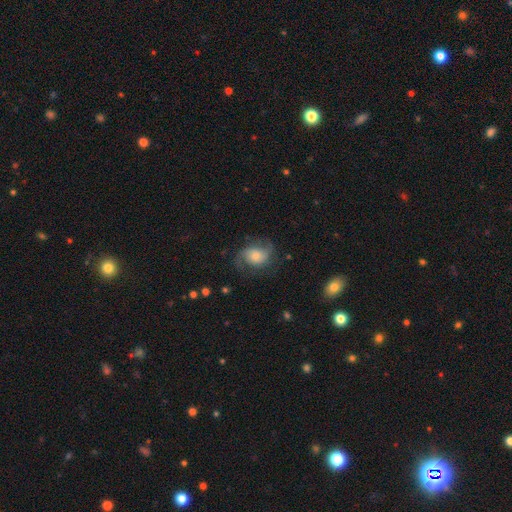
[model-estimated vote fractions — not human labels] Smooth or featured: featured or disk — 71% (smooth — 21%)
Edge-on disk: no — 97% (yes — 3%)
Bar: no — 66% (weak — 29%)
Spiral arms: yes — 93% (no — 7%)
Spiral winding: medium — 47% (loose — 32%)
Spiral arm count: 2 — 77% (can't tell — 9%)
Bulge size: moderate — 48% (small — 33%)
Merging: none — 68% (minor disturbance — 19%)